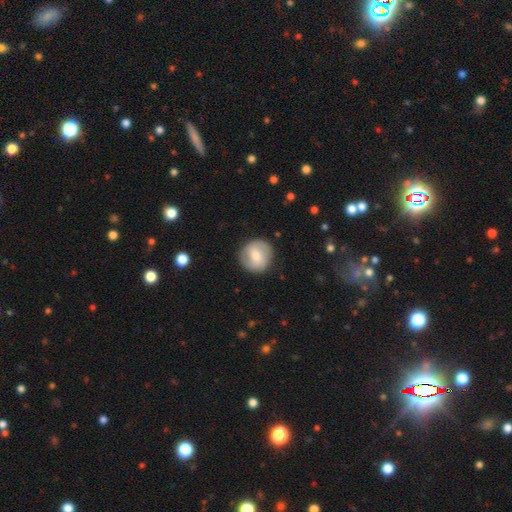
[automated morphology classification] smooth 54%, featured or disk 39%, star or artifact 6%. Down the decision tree: how rounded — round (92%); merging — none (86%).